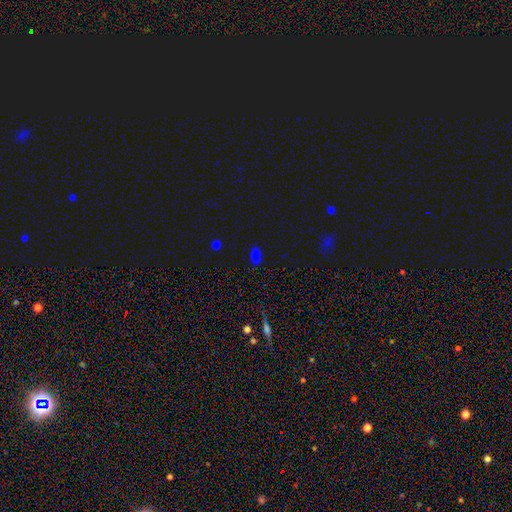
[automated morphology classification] Overall: smooth (74%). How rounded: in between (89%). Merging: none (85%).